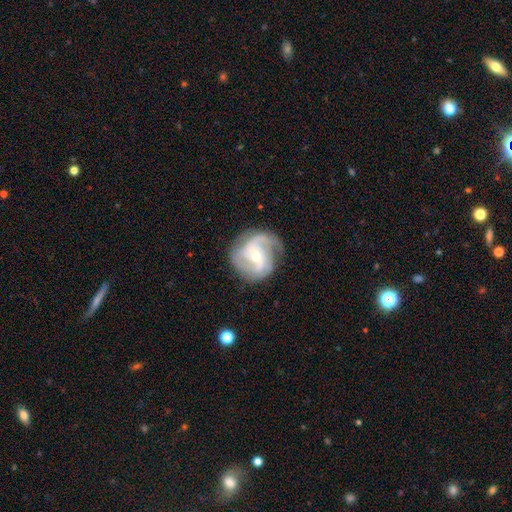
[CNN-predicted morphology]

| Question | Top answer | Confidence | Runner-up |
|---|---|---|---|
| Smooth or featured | featured or disk | 86% | smooth (9%) |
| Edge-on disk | no | 98% | yes (2%) |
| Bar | no | 45% | weak (39%) |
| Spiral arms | yes | 96% | no (4%) |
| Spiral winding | medium | 49% | tight (31%) |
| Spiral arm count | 2 | 49% | 3 (27%) |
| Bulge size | small | 53% | moderate (44%) |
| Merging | none | 72% | minor disturbance (17%) |